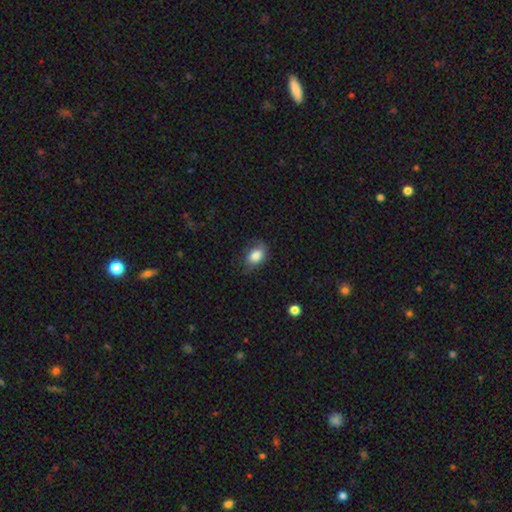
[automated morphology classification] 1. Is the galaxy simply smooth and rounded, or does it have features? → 82% smooth, 10% featured or disk, 8% star or artifact.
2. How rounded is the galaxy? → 78% in between, 21% round, 1% cigar-shaped.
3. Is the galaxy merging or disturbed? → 65% none, 26% minor disturbance, 8% major disturbance, 1% merger.